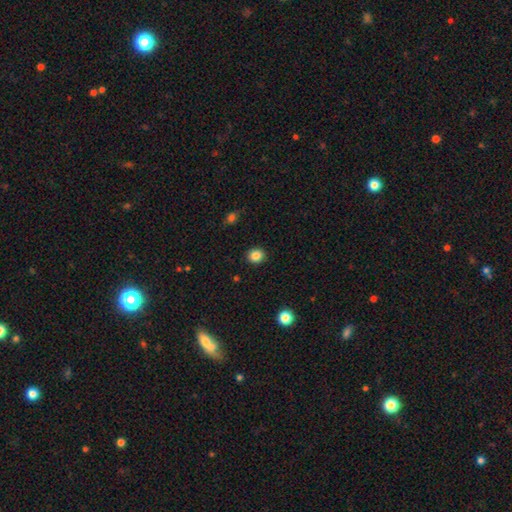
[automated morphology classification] Q: Smooth or featured?
A: smooth (85%); runner-up: star or artifact (11%)
Q: How rounded?
A: round (81%); runner-up: in between (18%)
Q: Merging?
A: none (91%); runner-up: minor disturbance (6%)